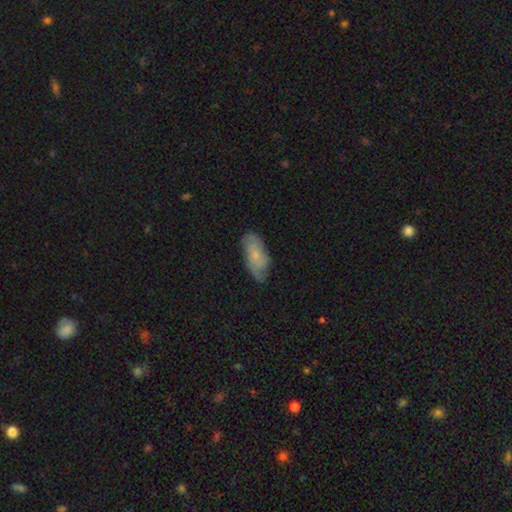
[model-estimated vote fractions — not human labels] smooth 51%, featured or disk 42%, star or artifact 7%. Down the decision tree: how rounded — in between (86%); merging — none (68%).